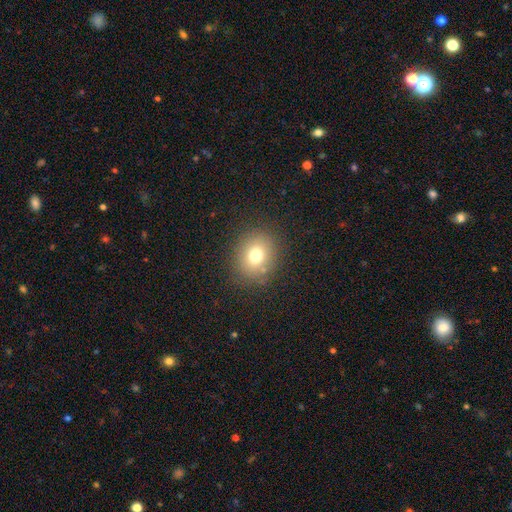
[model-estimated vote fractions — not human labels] A smooth galaxy with no disk features (75%) that is round (69%). Merging: none (85%).